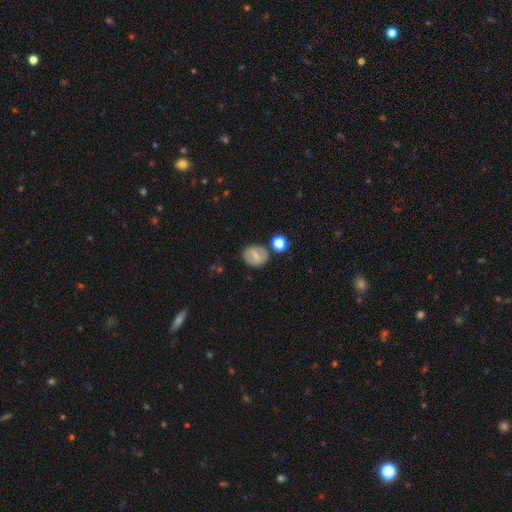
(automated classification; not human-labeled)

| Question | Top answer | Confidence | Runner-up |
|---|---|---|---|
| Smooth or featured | smooth | 65% | featured or disk (26%) |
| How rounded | round | 61% | in between (38%) |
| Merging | none | 76% | minor disturbance (13%) |